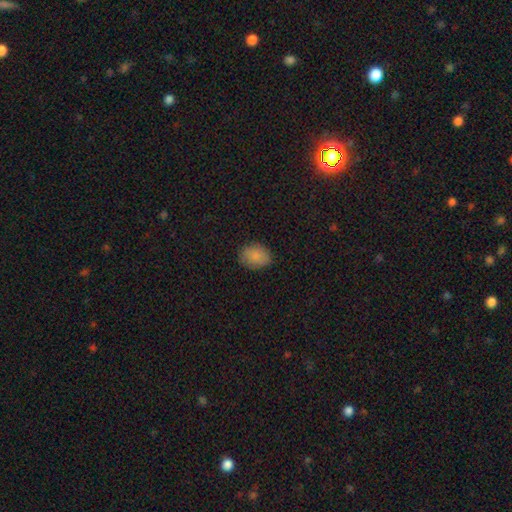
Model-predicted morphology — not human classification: A smooth galaxy with no disk features (86%) that is in between round and cigar-shaped (61%). Merging: none (83%).